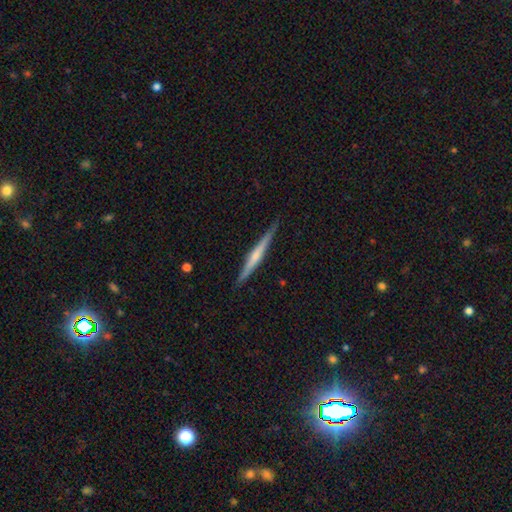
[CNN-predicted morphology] Smooth or featured? Predicted: featured or disk (p=0.63). Edge-on disk? Predicted: yes (p=0.98). Edge-on bulge? Predicted: rounded (p=0.53). Merging? Predicted: none (p=0.90).